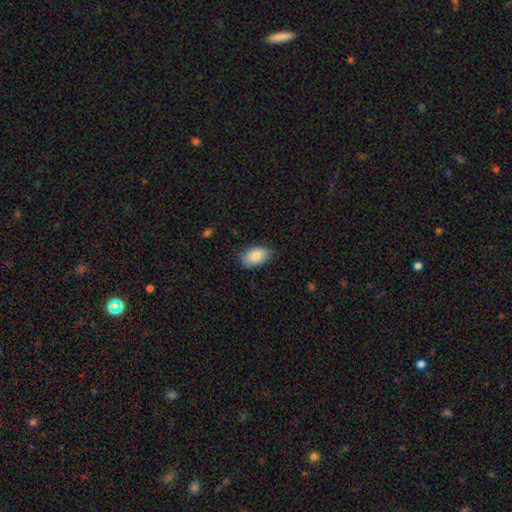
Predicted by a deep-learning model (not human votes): Smooth or featured: smooth — 85% (featured or disk — 8%)
How rounded: in between — 92% (round — 7%)
Merging: none — 80% (minor disturbance — 16%)